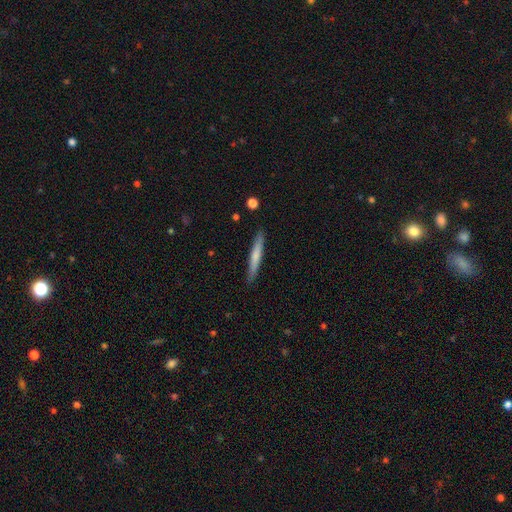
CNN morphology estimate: smooth 63%, featured or disk 32%, star or artifact 5%. Down the decision tree: how rounded — cigar-shaped (96%); merging — none (90%).